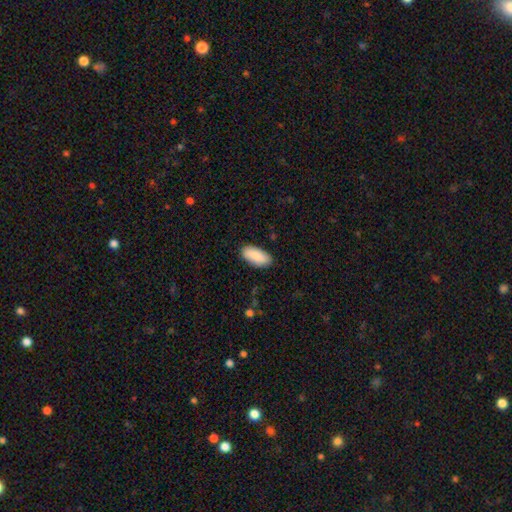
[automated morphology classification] Smooth or featured? Predicted: smooth (p=0.88). How rounded? Predicted: in between (p=0.91). Merging? Predicted: none (p=0.88).